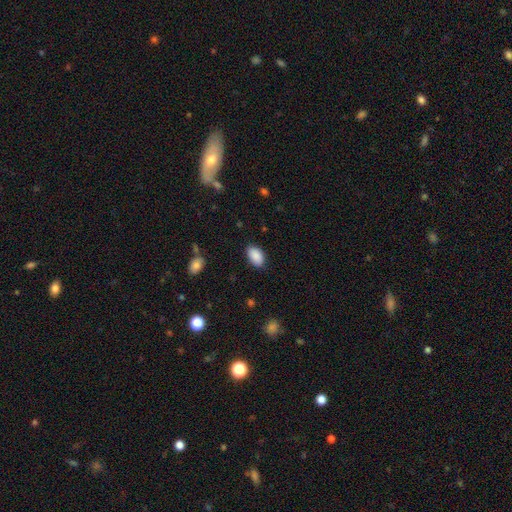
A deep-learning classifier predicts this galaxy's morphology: A smooth galaxy with no disk features (89%) that is in between round and cigar-shaped (93%).

Vote fractions:
- Smooth or featured? smooth: 89% / star or artifact: 7% / featured or disk: 4%
- How rounded? in between: 93% / round: 6% / cigar-shaped: 1%
- Merging? none: 85% / minor disturbance: 11% / major disturbance: 3% / merger: 1%